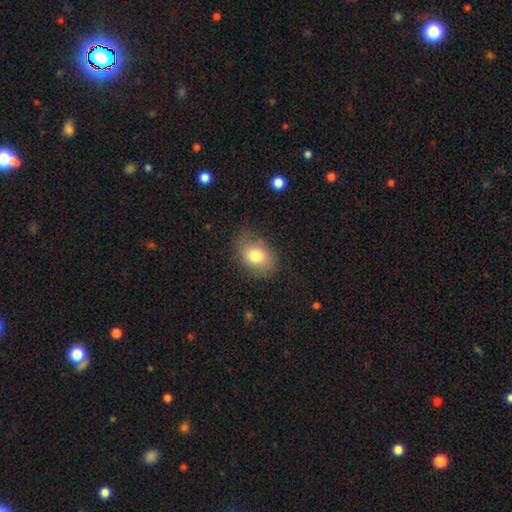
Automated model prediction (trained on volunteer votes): Q: Smooth or featured?
A: smooth (78%); runner-up: featured or disk (13%)
Q: How rounded?
A: in between (74%); runner-up: round (25%)
Q: Merging?
A: none (70%); runner-up: minor disturbance (22%)